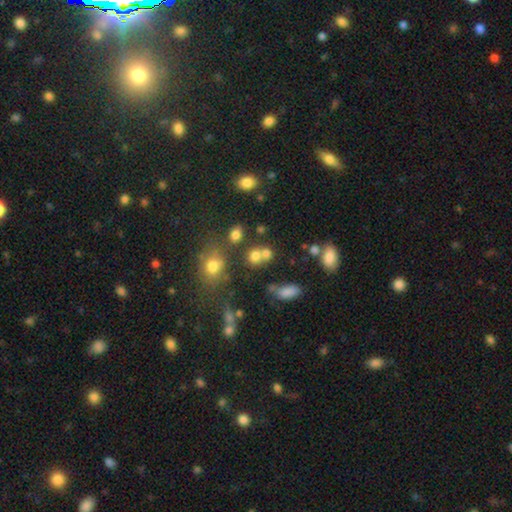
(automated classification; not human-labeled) Smooth or featured: smooth — 70% (star or artifact — 18%)
How rounded: round — 66% (in between — 33%)
Merging: none — 45% (merger — 40%)